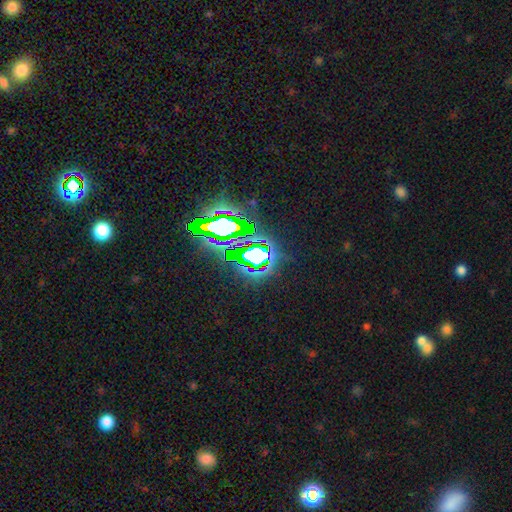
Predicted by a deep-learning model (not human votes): Smooth or featured? Predicted: star or artifact (p=0.67).